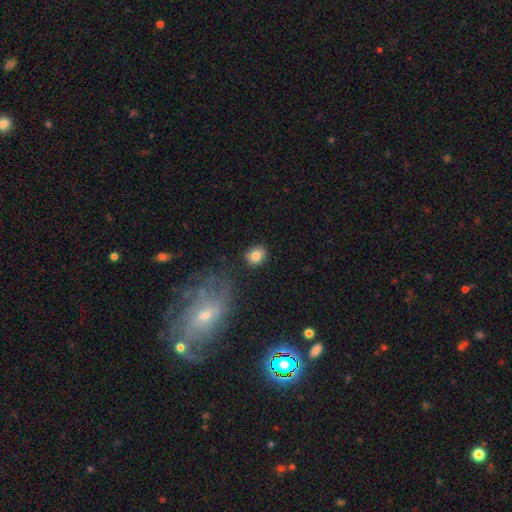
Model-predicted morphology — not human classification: smooth_or_featured: smooth (p=0.82) [alt: featured or disk p=0.10]
how_rounded: round (p=0.50) [alt: in between p=0.48]
merging: none (p=0.81) [alt: minor disturbance p=0.12]